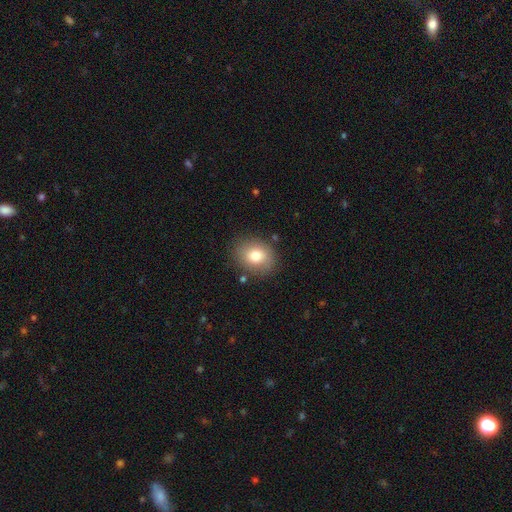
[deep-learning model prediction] smooth-or-featured: smooth: 78% | featured or disk: 13% | star or artifact: 9%
  how-rounded: round: 55% | in between: 44% | cigar-shaped: 1%
  merging: none: 81% | minor disturbance: 12% | major disturbance: 4% | merger: 2%